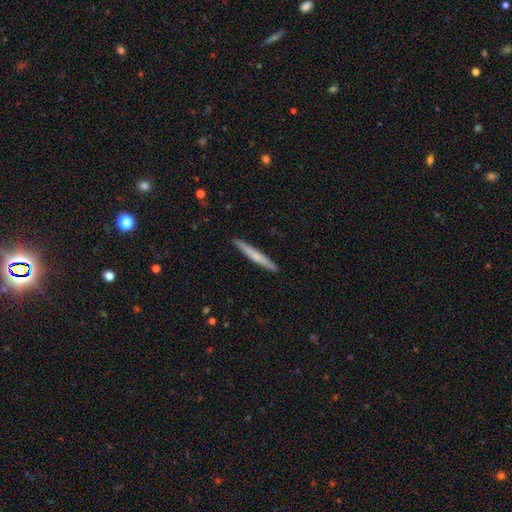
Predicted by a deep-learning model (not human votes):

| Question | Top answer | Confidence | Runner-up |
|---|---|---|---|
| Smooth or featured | smooth | 58% | featured or disk (37%) |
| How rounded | cigar-shaped | 96% | in between (2%) |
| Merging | none | 91% | minor disturbance (6%) |